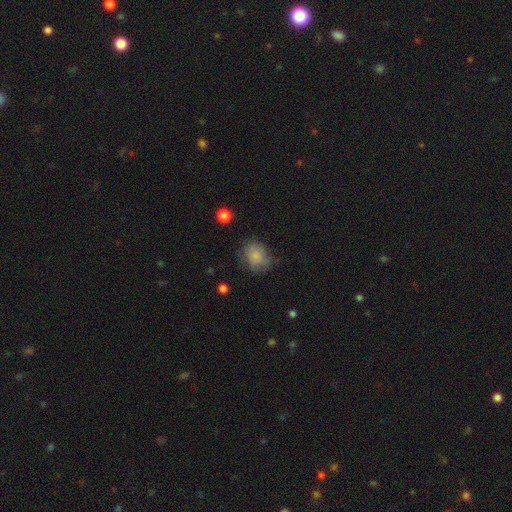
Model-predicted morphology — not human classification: Smooth or featured?
  - smooth: 77% *
  - featured or disk: 13%
  - star or artifact: 9%
How rounded?
  - round: 60% *
  - in between: 39%
  - cigar-shaped: 1%
Merging?
  - none: 57% *
  - minor disturbance: 29%
  - major disturbance: 12%
  - merger: 2%